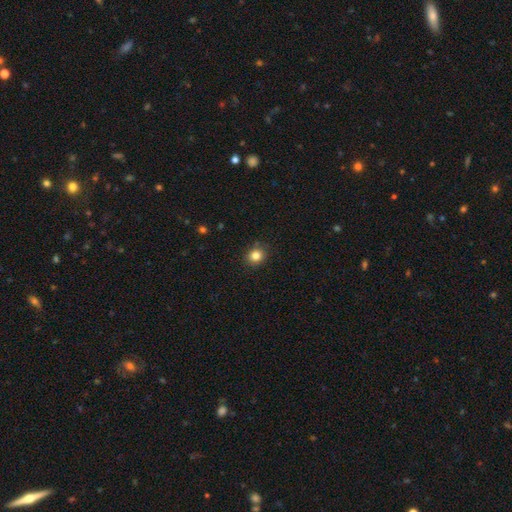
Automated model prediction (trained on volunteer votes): A smooth galaxy with no disk features (83%) that is round (79%). Merging: none (87%).